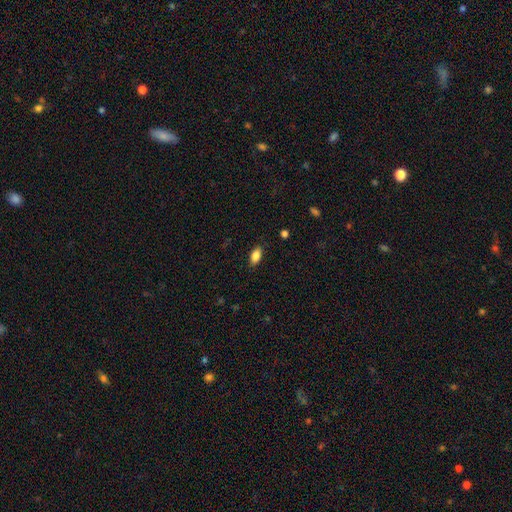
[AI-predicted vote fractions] Smooth or featured? smooth (85%)
How rounded? in between (90%)
Merging? none (86%)